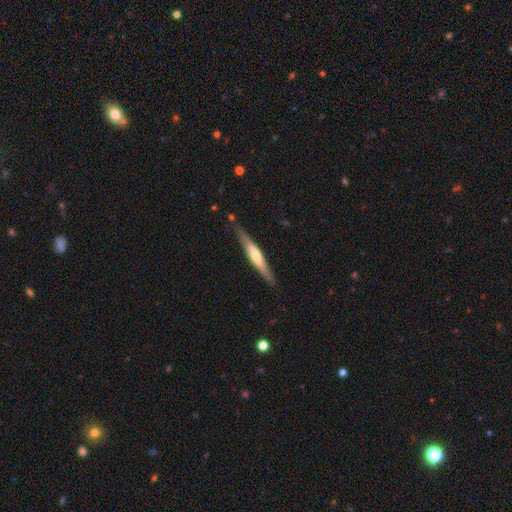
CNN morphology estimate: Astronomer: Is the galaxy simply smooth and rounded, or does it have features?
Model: featured or disk — 58% (runner-up: smooth, 37%).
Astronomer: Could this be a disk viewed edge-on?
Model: yes — 96%.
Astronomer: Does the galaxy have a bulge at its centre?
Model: rounded — 56%.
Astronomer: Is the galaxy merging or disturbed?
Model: none — 84%.